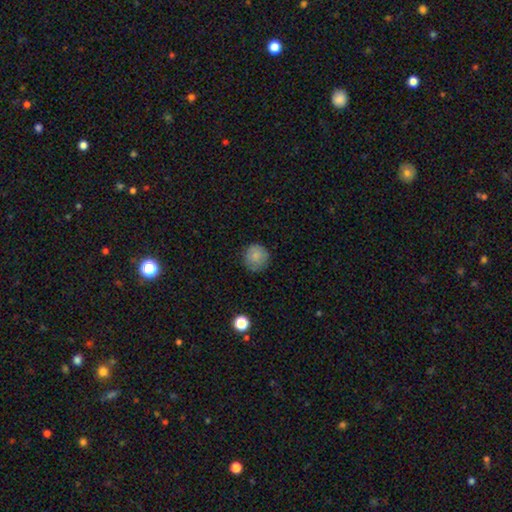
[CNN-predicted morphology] smooth_or_featured: smooth (p=0.83) [alt: star or artifact p=0.09]
how_rounded: round (p=0.93) [alt: in between p=0.06]
merging: none (p=0.82) [alt: minor disturbance p=0.13]